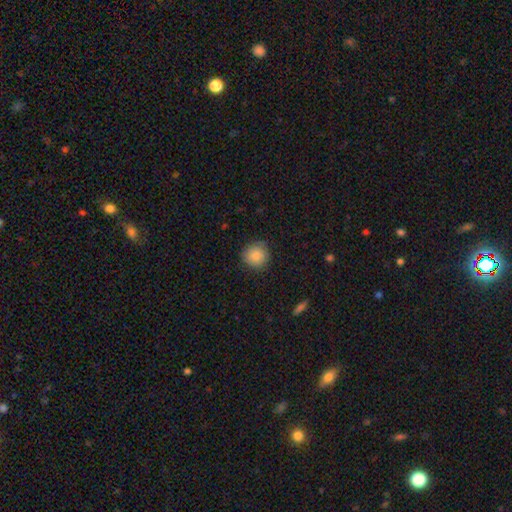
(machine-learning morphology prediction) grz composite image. It shows a smooth galaxy with no disk features (87%) that is round (91%). Merging: none (85%).